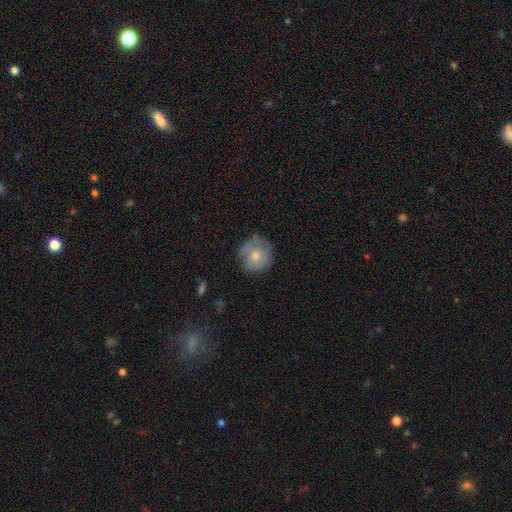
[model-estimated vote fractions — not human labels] Q: Smooth or featured?
A: smooth (52%); runner-up: featured or disk (41%)
Q: How rounded?
A: round (86%); runner-up: in between (13%)
Q: Merging?
A: none (73%); runner-up: minor disturbance (20%)